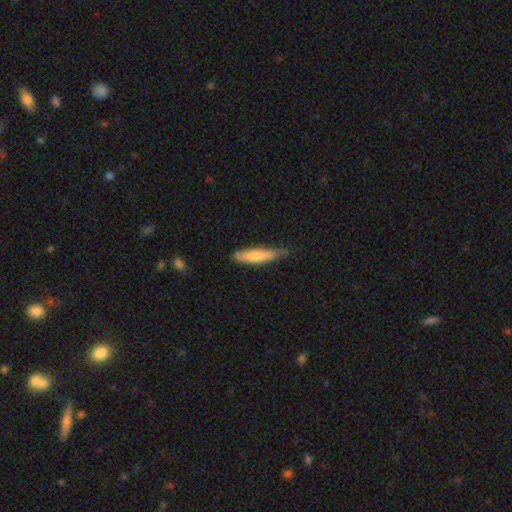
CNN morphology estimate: smooth 68%, featured or disk 26%, star or artifact 6%. Down the decision tree: how rounded — cigar-shaped (81%); merging — none (63%).